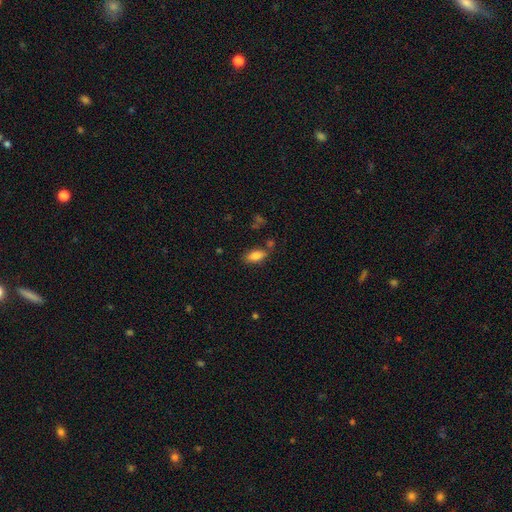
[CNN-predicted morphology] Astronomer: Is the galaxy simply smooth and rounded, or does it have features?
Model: smooth — 84%.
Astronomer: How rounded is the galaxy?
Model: in between — 87%.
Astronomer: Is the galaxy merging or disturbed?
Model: none — 75%.